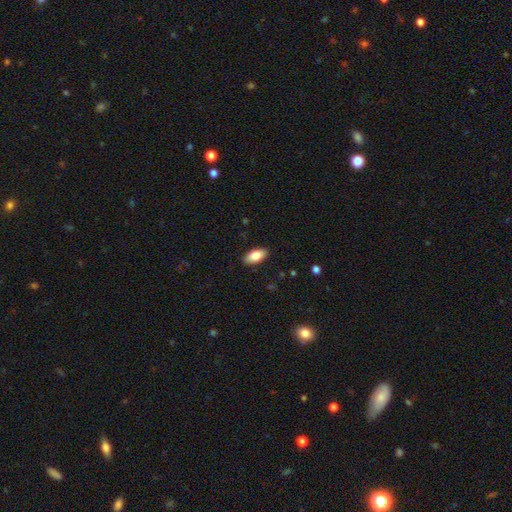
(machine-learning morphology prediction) Overall: smooth (84%). How rounded: in between (91%). Merging: none (89%).